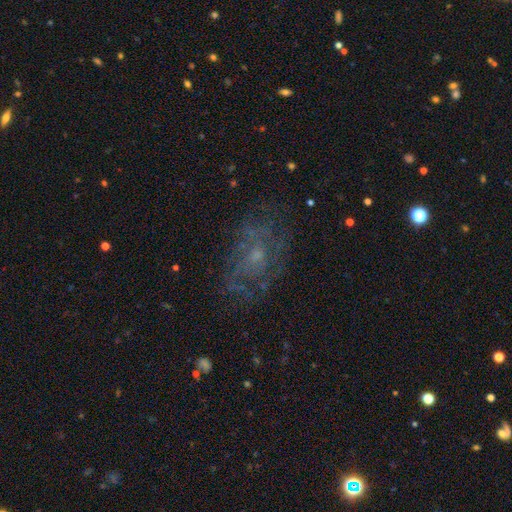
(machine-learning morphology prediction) smooth_or_featured: featured or disk (p=0.61) [alt: smooth p=0.23]
disk_edge_on: no (p=0.95) [alt: yes p=0.05]
bar: no (p=0.80) [alt: weak p=0.18]
has_spiral_arms: yes (p=0.58) [alt: no p=0.42]
bulge_size: small (p=0.54) [alt: moderate p=0.33]
merging: none (p=0.65) [alt: minor disturbance p=0.19]